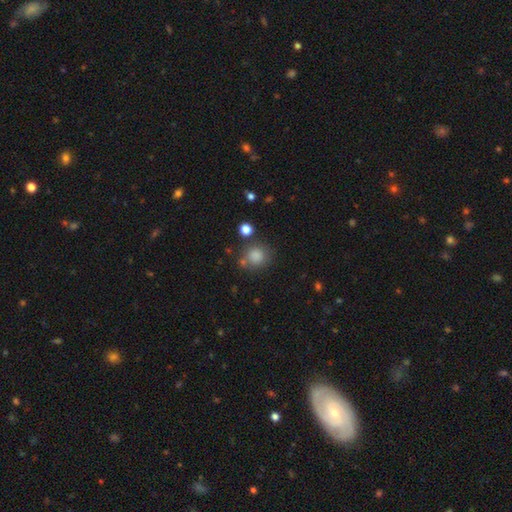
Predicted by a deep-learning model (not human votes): A smooth galaxy with no disk features (83%) that is round (85%). Merging: none (72%).